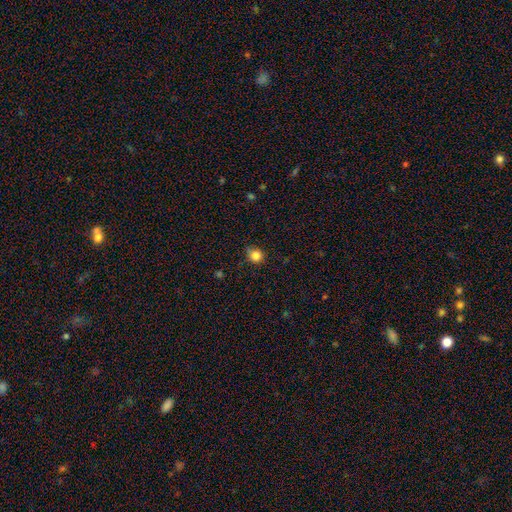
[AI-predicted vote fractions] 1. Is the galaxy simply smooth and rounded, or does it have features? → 83% smooth, 11% star or artifact, 5% featured or disk.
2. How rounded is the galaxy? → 83% round, 16% in between, 1% cigar-shaped.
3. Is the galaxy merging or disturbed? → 70% none, 24% minor disturbance, 5% major disturbance, 1% merger.